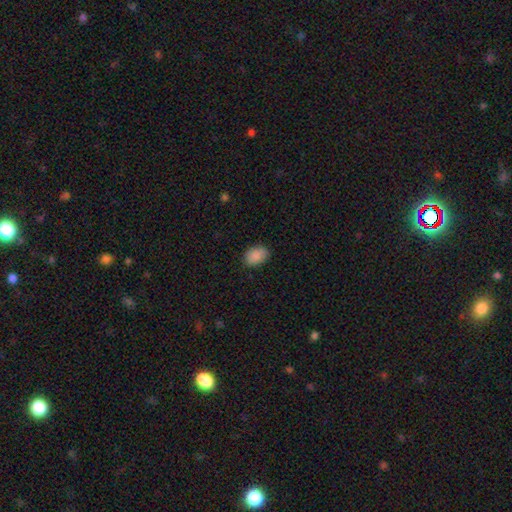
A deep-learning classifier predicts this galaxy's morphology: Overall: smooth (89%). How rounded: in between (82%). Merging: none (84%).